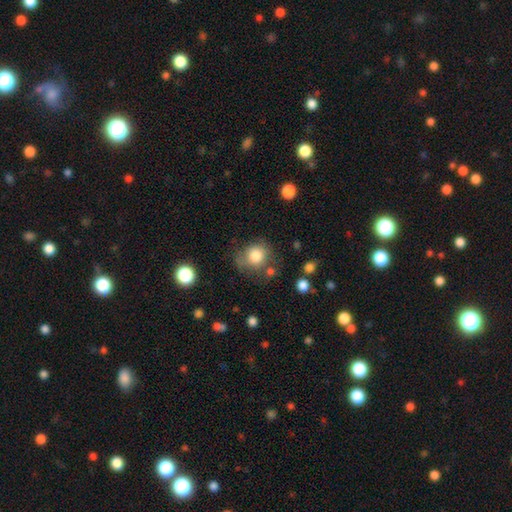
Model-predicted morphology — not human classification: smooth_or_featured: smooth (p=0.80) [alt: featured or disk p=0.10]
how_rounded: round (p=0.82) [alt: in between p=0.17]
merging: none (p=0.60) [alt: minor disturbance p=0.23]